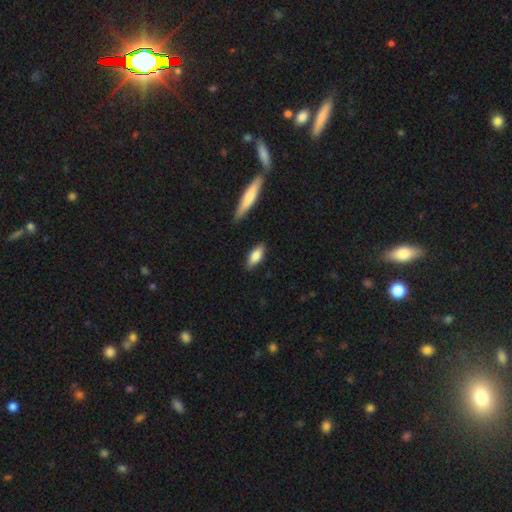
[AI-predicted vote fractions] Q: Smooth or featured?
A: smooth (81%); runner-up: featured or disk (13%)
Q: How rounded?
A: in between (77%); runner-up: cigar-shaped (21%)
Q: Merging?
A: none (84%); runner-up: minor disturbance (11%)